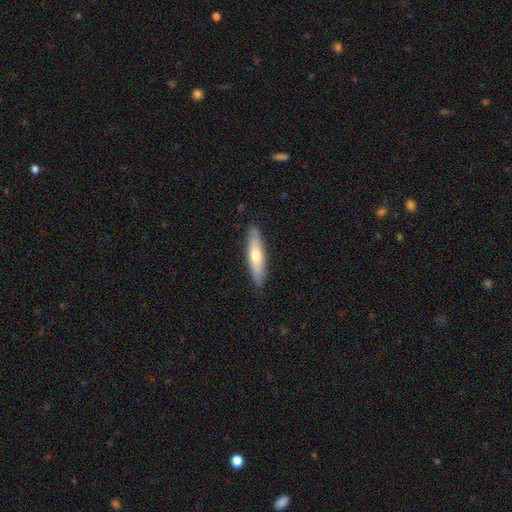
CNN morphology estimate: A smooth galaxy with no disk features (56%) that is cigar-shaped (72%).

Vote fractions:
- Smooth or featured? smooth: 56% / featured or disk: 39% / star or artifact: 6%
- How rounded? cigar-shaped: 72% / in between: 26% / round: 2%
- Merging? none: 87% / minor disturbance: 10% / major disturbance: 2% / merger: 1%